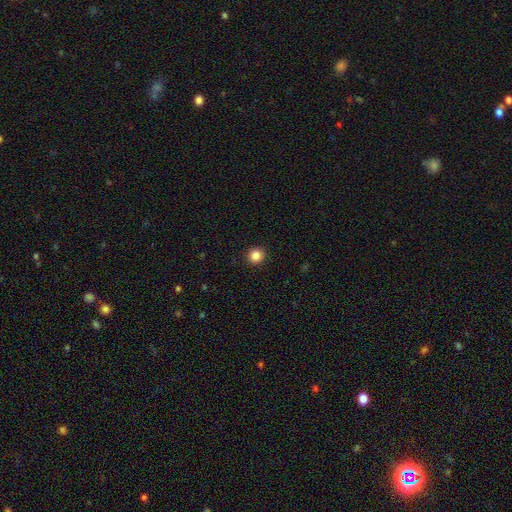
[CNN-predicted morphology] smooth-or-featured: smooth: 85% | star or artifact: 11% | featured or disk: 4%
  how-rounded: round: 92% | in between: 7% | cigar-shaped: 1%
  merging: none: 93% | minor disturbance: 5% | major disturbance: 2% | merger: 1%